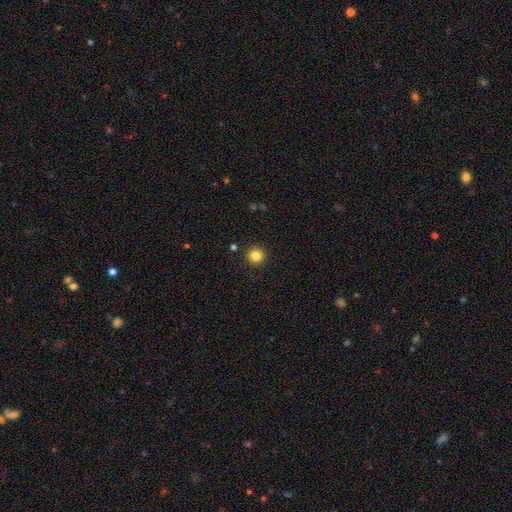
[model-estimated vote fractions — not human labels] The model was most divided on "smooth or featured": smooth: 83%, star or artifact: 12%, featured or disk: 5%. More confident: how rounded — round (95%); merging — none (91%).